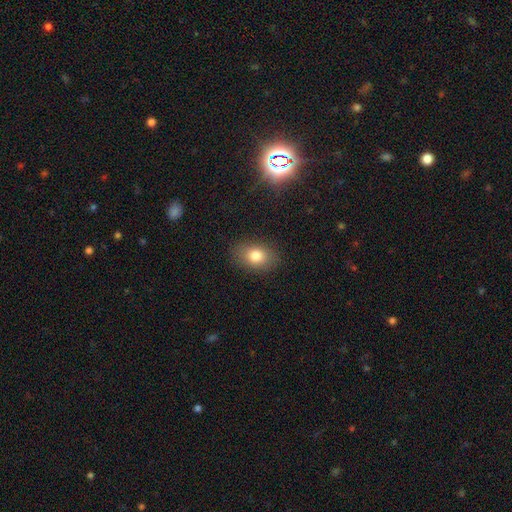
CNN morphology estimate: Q: Smooth or featured?
A: smooth (79%); runner-up: featured or disk (11%)
Q: How rounded?
A: in between (78%); runner-up: round (21%)
Q: Merging?
A: none (85%); runner-up: minor disturbance (10%)